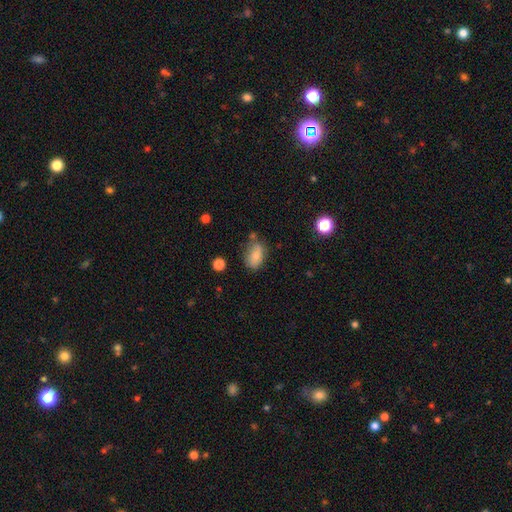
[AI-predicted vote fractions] Smooth or featured?
  - smooth: 74% *
  - featured or disk: 17%
  - star or artifact: 9%
How rounded?
  - in between: 87% *
  - round: 11%
  - cigar-shaped: 2%
Merging?
  - none: 58% *
  - minor disturbance: 26%
  - merger: 9%
  - major disturbance: 7%